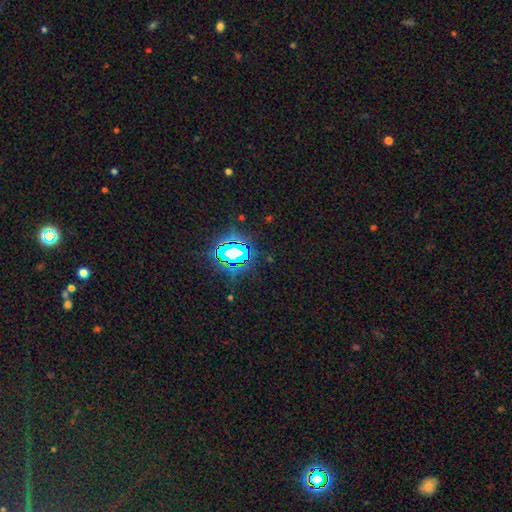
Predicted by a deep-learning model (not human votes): smooth-or-featured: star or artifact: 80% | smooth: 13% | featured or disk: 8%